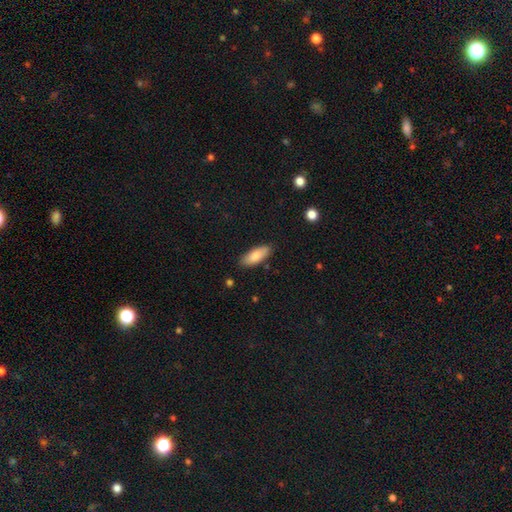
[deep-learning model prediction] The model was most divided on "how rounded": in between: 74%, cigar-shaped: 24%, round: 2%. More confident: merging — none (85%); smooth or featured — smooth (82%).